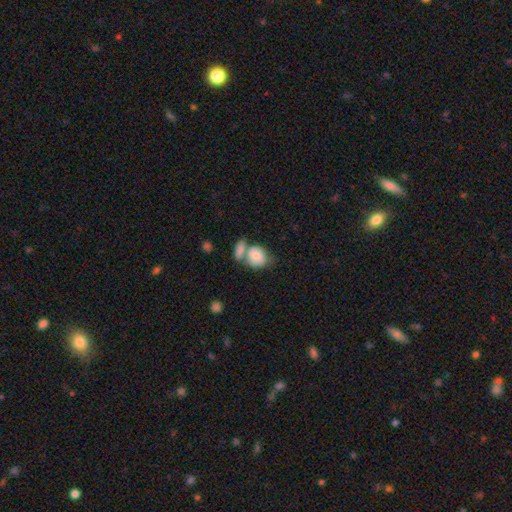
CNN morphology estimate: Smooth or featured?
  - smooth: 77% *
  - featured or disk: 17%
  - star or artifact: 7%
How rounded?
  - round: 54% *
  - in between: 45%
  - cigar-shaped: 2%
Merging?
  - merger: 48% *
  - none: 31%
  - minor disturbance: 14%
  - major disturbance: 7%